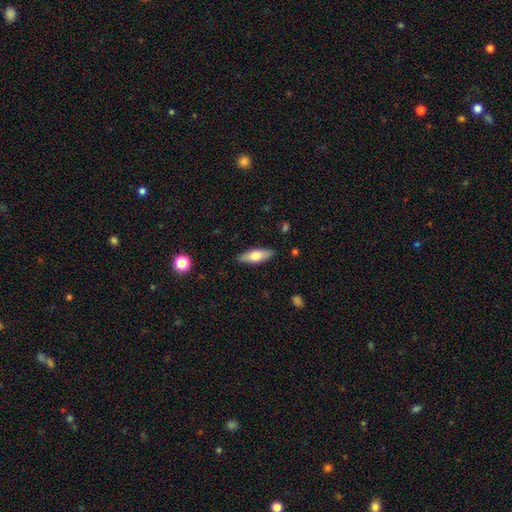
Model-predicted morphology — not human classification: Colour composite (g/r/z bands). It shows a smooth galaxy with no disk features (65%) that is in between round and cigar-shaped (66%). Merging: none (87%).